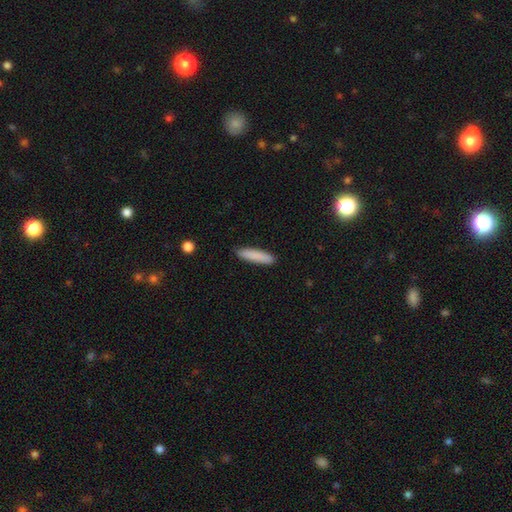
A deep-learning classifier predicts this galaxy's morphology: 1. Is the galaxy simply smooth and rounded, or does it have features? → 86% smooth, 8% featured or disk, 6% star or artifact.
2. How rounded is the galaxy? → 83% cigar-shaped, 16% in between, 1% round.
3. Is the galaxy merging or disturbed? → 90% none, 8% minor disturbance, 2% major disturbance, 1% merger.